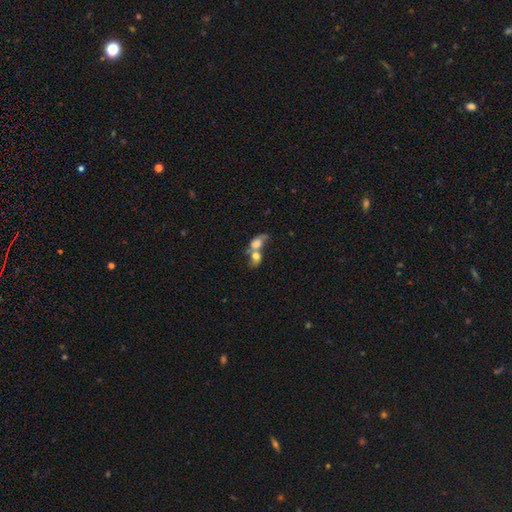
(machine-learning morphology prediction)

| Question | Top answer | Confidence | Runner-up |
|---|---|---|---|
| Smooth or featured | smooth | 69% | featured or disk (21%) |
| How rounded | in between | 65% | round (31%) |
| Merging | merger | 78% | none (11%) |